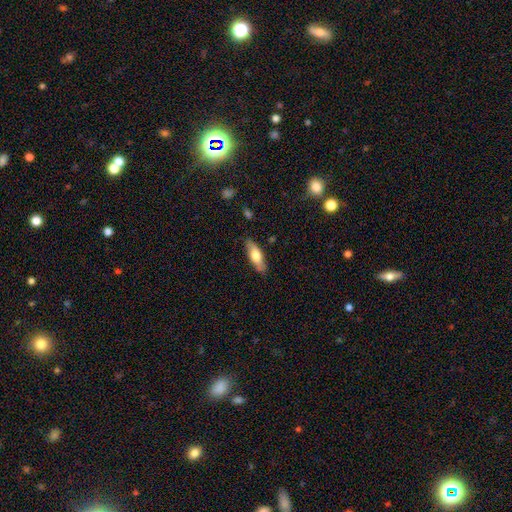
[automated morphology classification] Smooth or featured?
  - smooth: 64% *
  - featured or disk: 31%
  - star or artifact: 6%
How rounded?
  - in between: 56% *
  - cigar-shaped: 41%
  - round: 2%
Merging?
  - none: 83% *
  - minor disturbance: 13%
  - major disturbance: 2%
  - merger: 1%